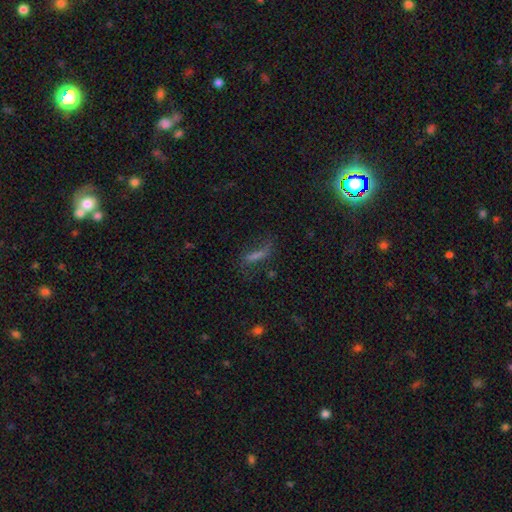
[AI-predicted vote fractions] The model was most divided on "smooth or featured": smooth: 42%, featured or disk: 31%, star or artifact: 26%. More confident: merging — none (54%).